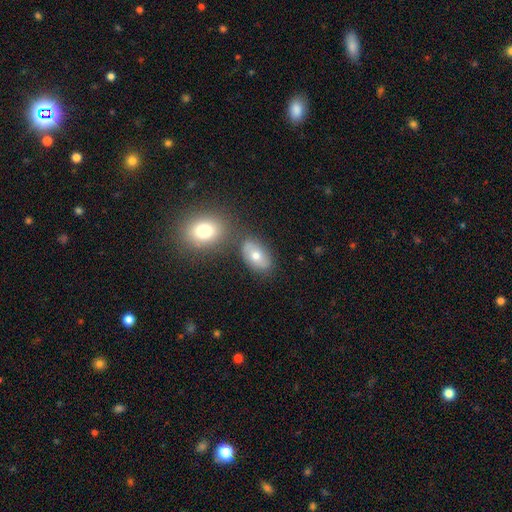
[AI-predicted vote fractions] Smooth or featured?
  - smooth: 64% *
  - featured or disk: 26%
  - star or artifact: 9%
How rounded?
  - in between: 86% *
  - round: 12%
  - cigar-shaped: 2%
Merging?
  - none: 69% *
  - merger: 14%
  - minor disturbance: 13%
  - major disturbance: 4%